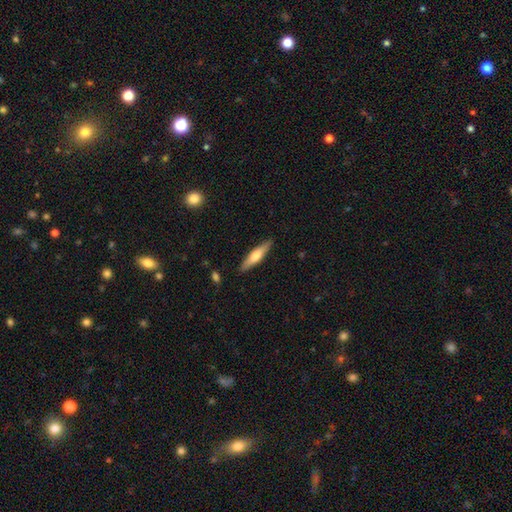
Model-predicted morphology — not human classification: smooth-or-featured: smooth: 52% | featured or disk: 42% | star or artifact: 6%
  how-rounded: cigar-shaped: 82% | in between: 17% | round: 2%
  merging: none: 88% | minor disturbance: 8% | major disturbance: 2% | merger: 1%